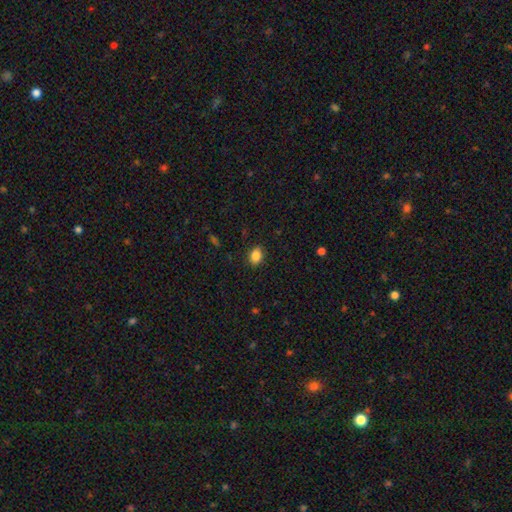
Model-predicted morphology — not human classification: Smooth or featured: smooth — 86% (star or artifact — 9%)
How rounded: in between — 72% (round — 27%)
Merging: none — 87% (minor disturbance — 10%)